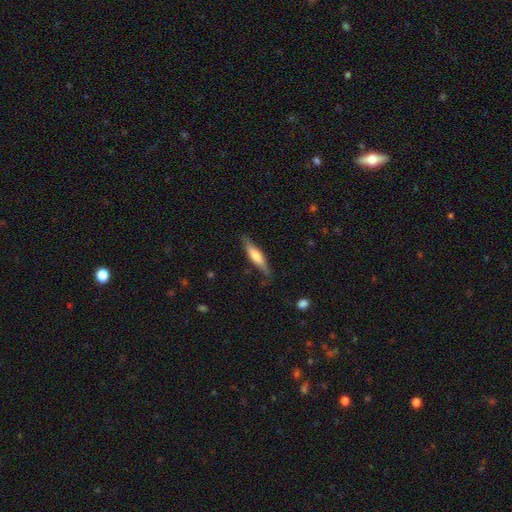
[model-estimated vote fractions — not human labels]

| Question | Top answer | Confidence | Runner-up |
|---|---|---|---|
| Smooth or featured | smooth | 56% | featured or disk (38%) |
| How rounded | cigar-shaped | 78% | in between (21%) |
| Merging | none | 79% | minor disturbance (16%) |